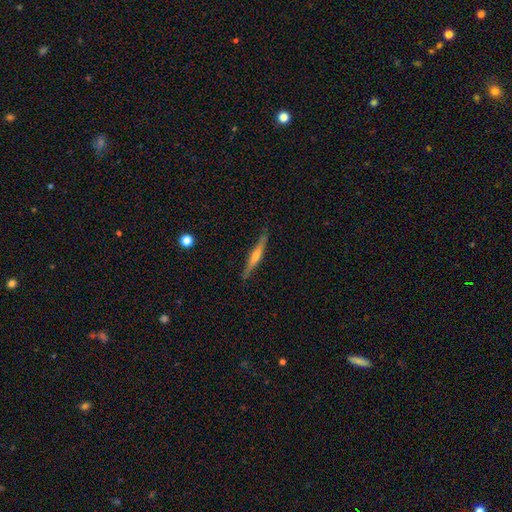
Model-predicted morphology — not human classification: Smooth or featured?
  - featured or disk: 64% *
  - smooth: 30%
  - star or artifact: 6%
Edge-on disk?
  - yes: 97% *
  - no: 3%
Edge-on bulge?
  - rounded: 77% *
  - none: 15%
  - boxy: 8%
Merging?
  - none: 88% *
  - minor disturbance: 9%
  - major disturbance: 2%
  - merger: 1%